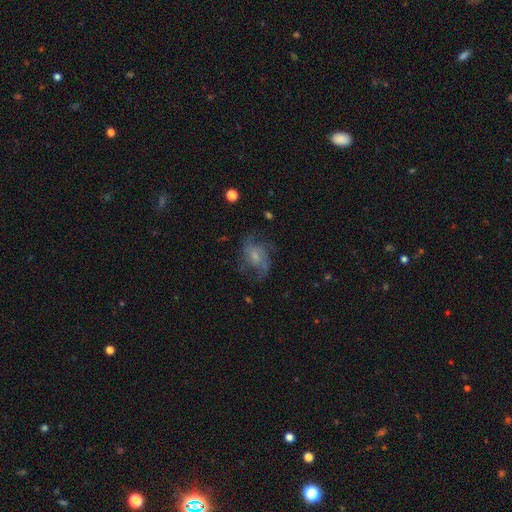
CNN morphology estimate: Overall: featured or disk (67%). Edge-on disk: no (97%). Bar: no (62%; weak 32%). Spiral arms: yes (85%). Spiral arm count: 2 (38%; can't tell 25%). Spiral winding: medium (46%; loose 38%). Bulge size: small (53%; moderate 30%). Merging: none (58%; minor disturbance 20%).